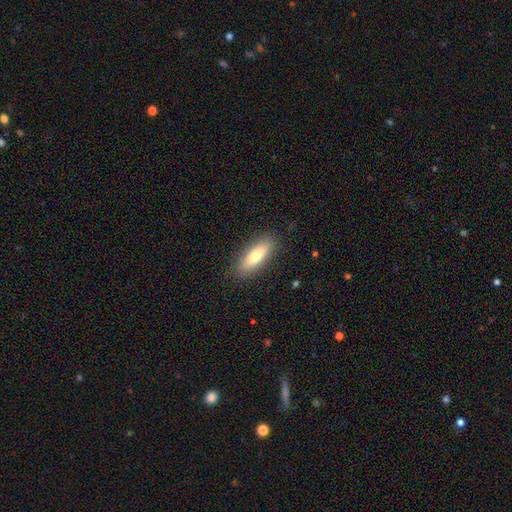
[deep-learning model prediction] The model was most divided on "how rounded": in between: 55%, cigar-shaped: 43%, round: 2%. More confident: merging — none (87%); smooth or featured — smooth (68%).